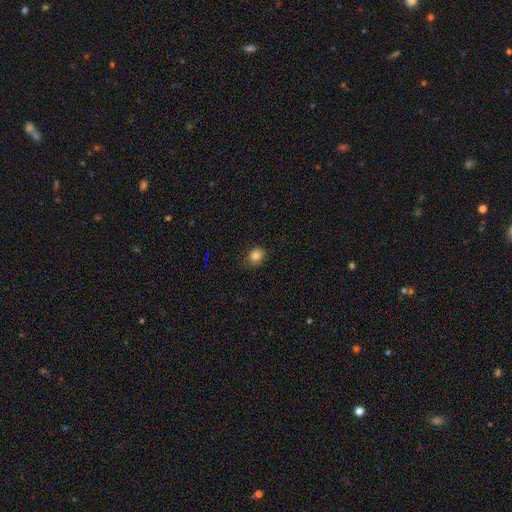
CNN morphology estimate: The model was most divided on "how rounded": round: 70%, in between: 29%, cigar-shaped: 1%. More confident: smooth or featured — smooth (82%); merging — none (80%).